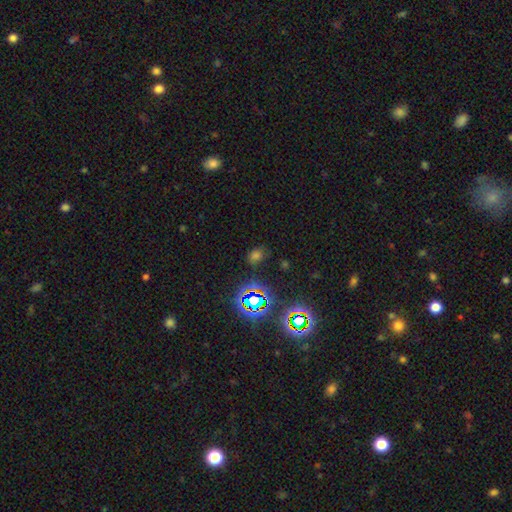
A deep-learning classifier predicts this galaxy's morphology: This appears to be a smooth galaxy with no disk features (47%). Merging: none (77%).